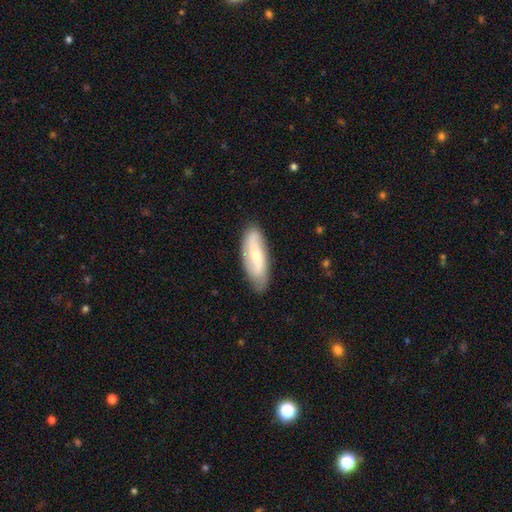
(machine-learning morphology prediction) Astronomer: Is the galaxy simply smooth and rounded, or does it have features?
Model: featured or disk — 58% (runner-up: smooth, 36%).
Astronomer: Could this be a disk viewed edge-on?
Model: no — 84%.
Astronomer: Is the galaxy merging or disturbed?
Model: none — 81%.